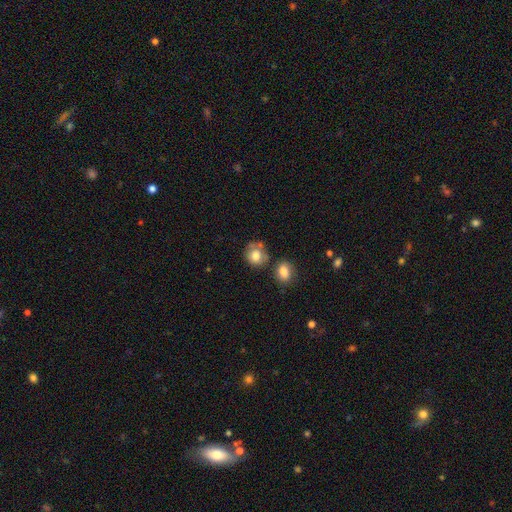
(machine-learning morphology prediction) This appears to be a smooth galaxy with no disk features (77%) that is round (78%). Merging: none (55%).